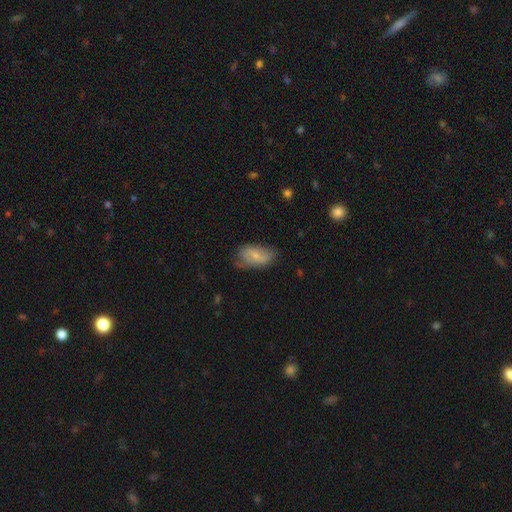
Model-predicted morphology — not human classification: This appears to be a smooth galaxy with no disk features (53%) that is in between round and cigar-shaped (92%). Merging: none (55%).